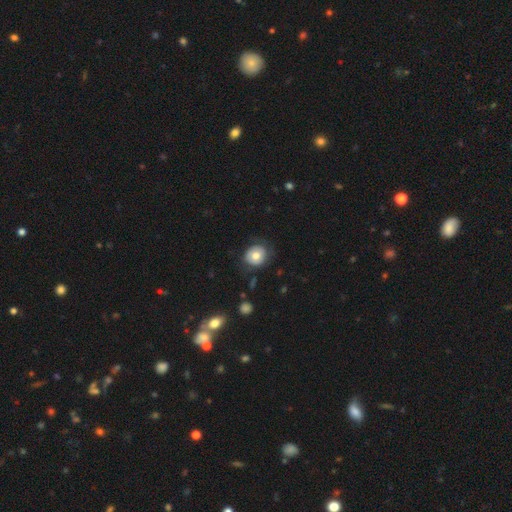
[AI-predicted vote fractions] smooth 71%, featured or disk 21%, star or artifact 8%. Down the decision tree: how rounded — round (82%); merging — none (76%).